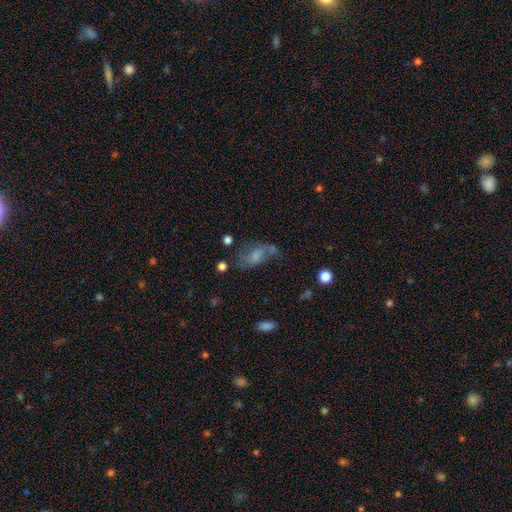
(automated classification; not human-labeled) This appears to be a smooth galaxy with no disk features (46%). Merging: none (32%).